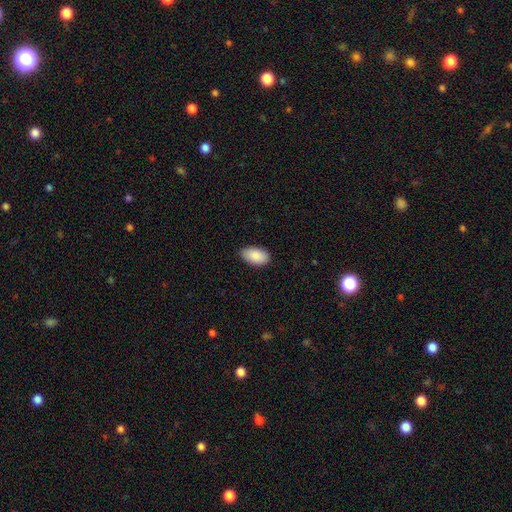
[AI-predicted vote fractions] Smooth or featured: smooth — 89% (star or artifact — 6%)
How rounded: in between — 95% (round — 3%)
Merging: none — 83% (minor disturbance — 14%)